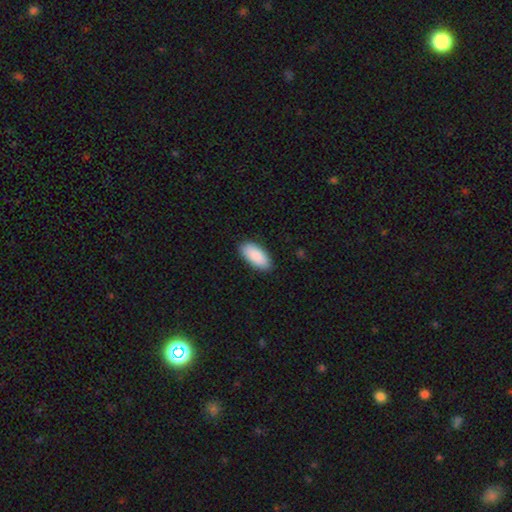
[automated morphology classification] smooth_or_featured: smooth (p=0.89) [alt: featured or disk p=0.06]
how_rounded: in between (p=0.92) [alt: cigar-shaped p=0.06]
merging: none (p=0.87) [alt: minor disturbance p=0.10]